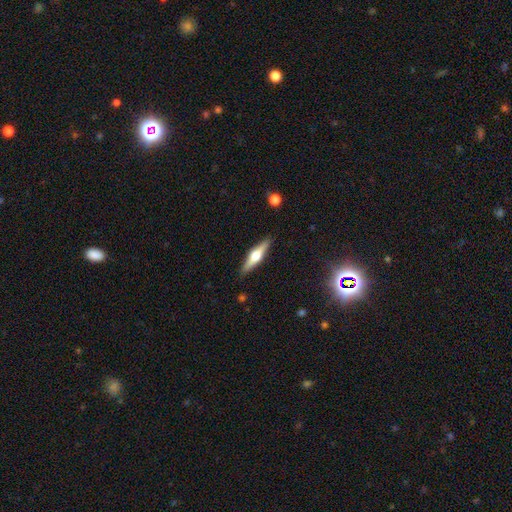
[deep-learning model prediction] A featured or disk galaxy (64%) viewed edge-on (97%) with a rounded central bulge (95%). Merging: none (90%).